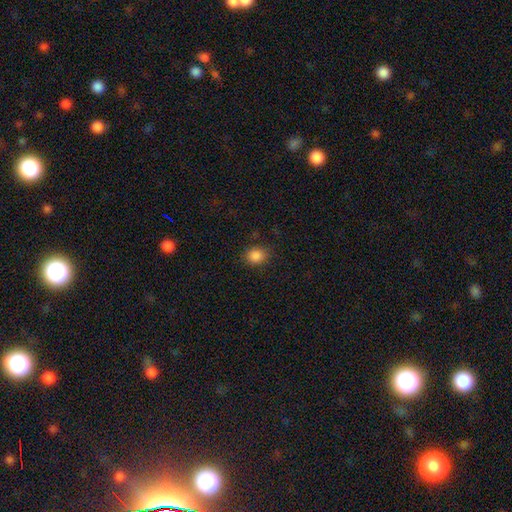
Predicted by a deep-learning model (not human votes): This is clearly a smooth galaxy (86%). How rounded: likely round (74%). Merging: clearly none (84%).